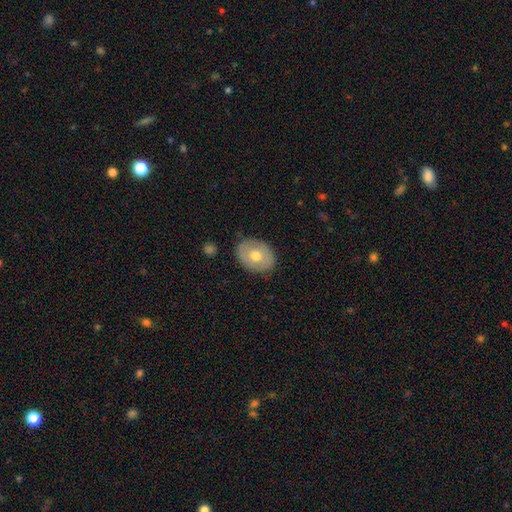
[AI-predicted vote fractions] Smooth or featured? Predicted: smooth (p=0.59). How rounded? Predicted: in between (p=0.64). Merging? Predicted: none (p=0.84).